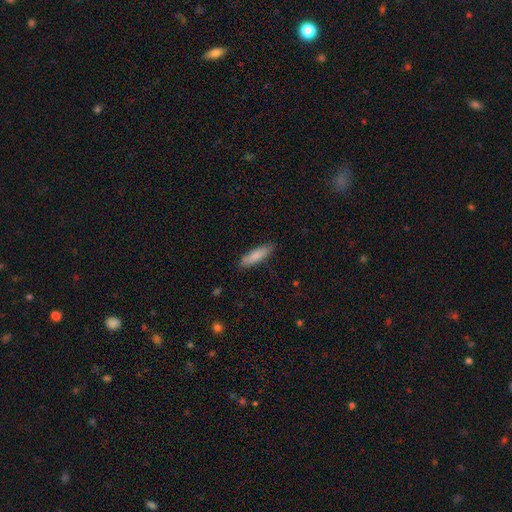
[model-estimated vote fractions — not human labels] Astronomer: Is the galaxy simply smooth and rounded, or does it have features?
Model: smooth — 82%.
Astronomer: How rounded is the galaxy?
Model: cigar-shaped — 69%.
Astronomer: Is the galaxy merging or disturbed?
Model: none — 85%.